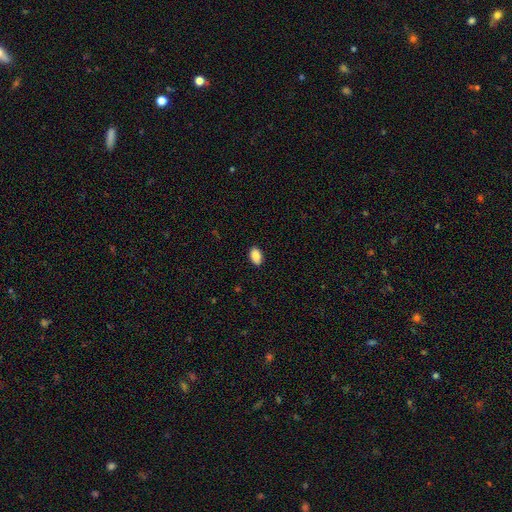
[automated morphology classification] Overall: smooth (89%). How rounded: in between (92%). Merging: none (88%).